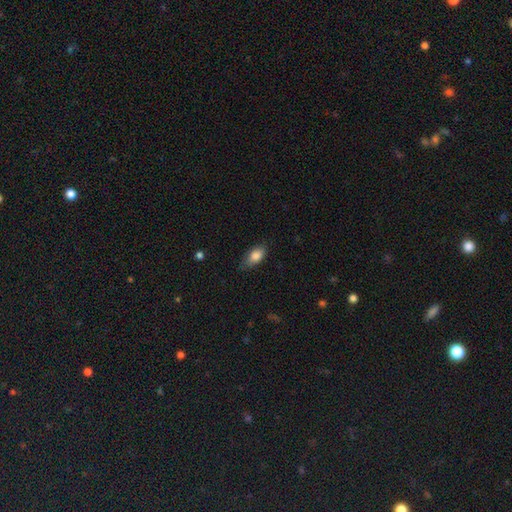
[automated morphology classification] Smooth or featured?
  - smooth: 83% *
  - featured or disk: 10%
  - star or artifact: 7%
How rounded?
  - in between: 88% *
  - cigar-shaped: 7%
  - round: 5%
Merging?
  - none: 71% *
  - minor disturbance: 23%
  - major disturbance: 4%
  - merger: 1%